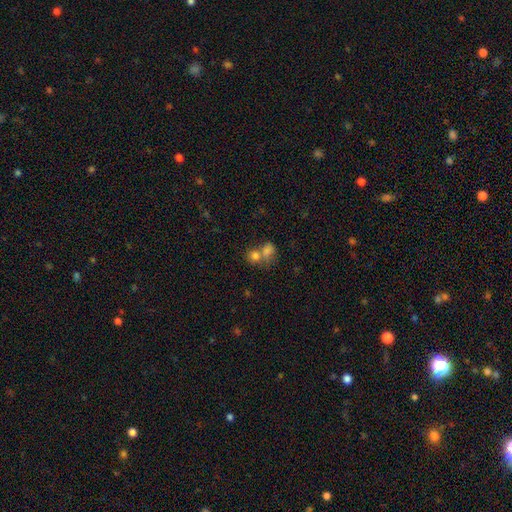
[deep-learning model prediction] Smooth or featured: smooth — 78% (star or artifact — 12%)
How rounded: round — 69% (in between — 30%)
Merging: merger — 54% (none — 34%)